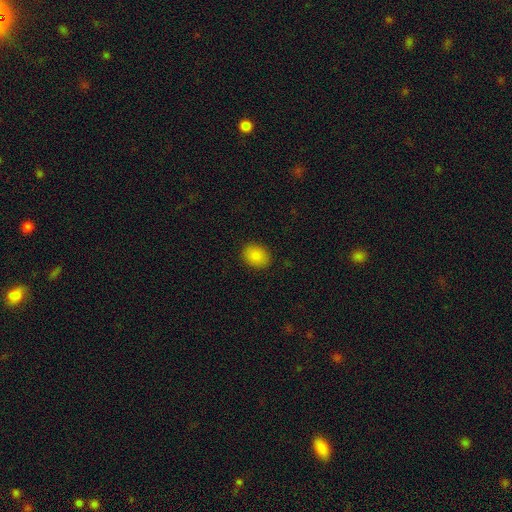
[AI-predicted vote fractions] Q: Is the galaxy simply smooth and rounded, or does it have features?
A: smooth — 86%.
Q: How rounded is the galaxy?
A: in between — 59%.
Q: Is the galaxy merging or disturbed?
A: none — 89%.